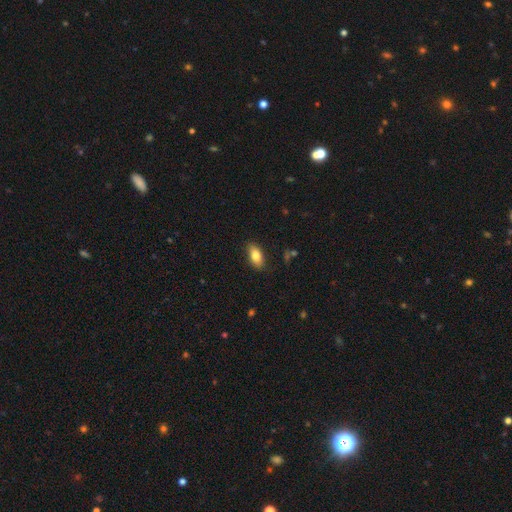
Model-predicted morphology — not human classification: smooth-or-featured: smooth: 81% | featured or disk: 12% | star or artifact: 7%
  how-rounded: in between: 89% | cigar-shaped: 7% | round: 4%
  merging: none: 85% | minor disturbance: 11% | major disturbance: 2% | merger: 1%